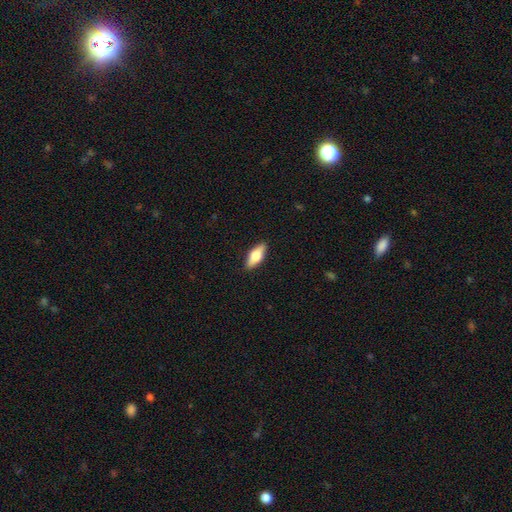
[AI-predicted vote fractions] Smooth or featured?
  - smooth: 63% *
  - featured or disk: 30%
  - star or artifact: 6%
How rounded?
  - in between: 71% *
  - cigar-shaped: 26%
  - round: 3%
Merging?
  - none: 89% *
  - minor disturbance: 8%
  - major disturbance: 2%
  - merger: 1%